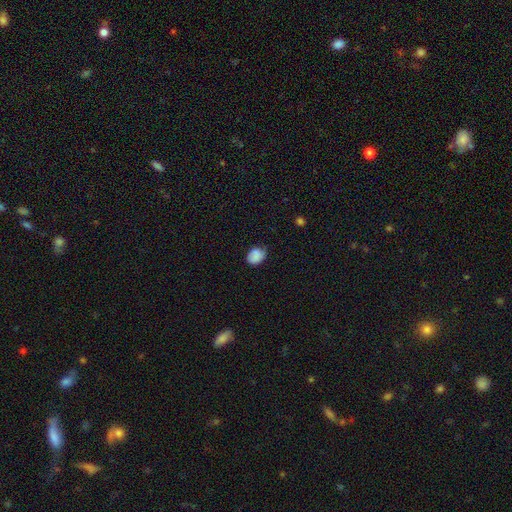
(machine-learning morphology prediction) A smooth galaxy with no disk features (84%) that is in between round and cigar-shaped (59%).

Vote fractions:
- Smooth or featured? smooth: 84% / star or artifact: 9% / featured or disk: 7%
- How rounded? in between: 59% / round: 40% / cigar-shaped: 1%
- Merging? none: 65% / minor disturbance: 28% / major disturbance: 5% / merger: 1%